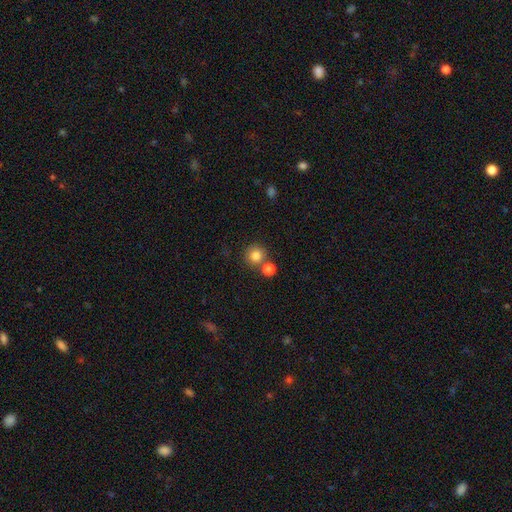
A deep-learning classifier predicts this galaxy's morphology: smooth_or_featured: smooth (p=0.82) [alt: star or artifact p=0.11]
how_rounded: round (p=0.93) [alt: in between p=0.07]
merging: none (p=0.70) [alt: merger p=0.19]